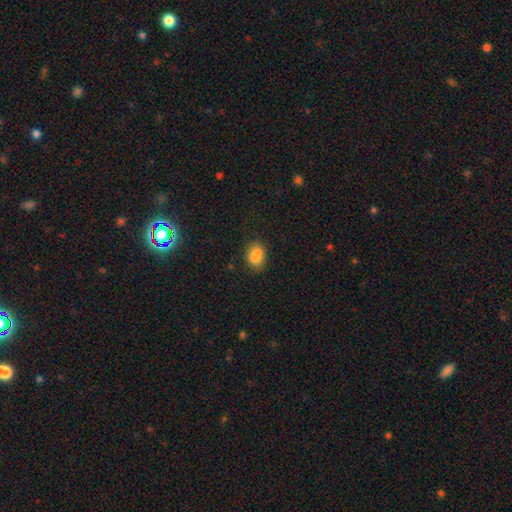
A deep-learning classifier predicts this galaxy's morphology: This is clearly a smooth galaxy (86%). How rounded: likely in between (74%). Merging: likely none (76%).